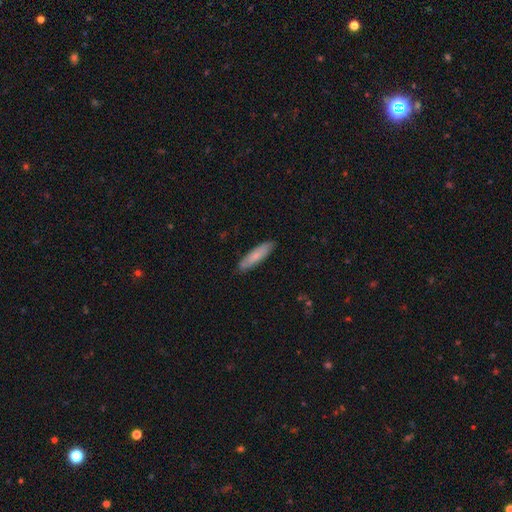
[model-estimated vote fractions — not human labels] Q: Smooth or featured?
A: smooth (76%); runner-up: featured or disk (18%)
Q: How rounded?
A: cigar-shaped (77%); runner-up: in between (22%)
Q: Merging?
A: none (88%); runner-up: minor disturbance (9%)